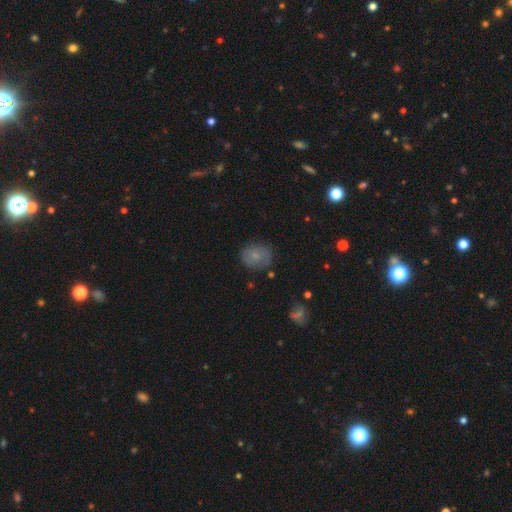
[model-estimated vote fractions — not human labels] This appears to be a smooth galaxy with no disk features (67%) that is round (66%). Merging: none (73%).